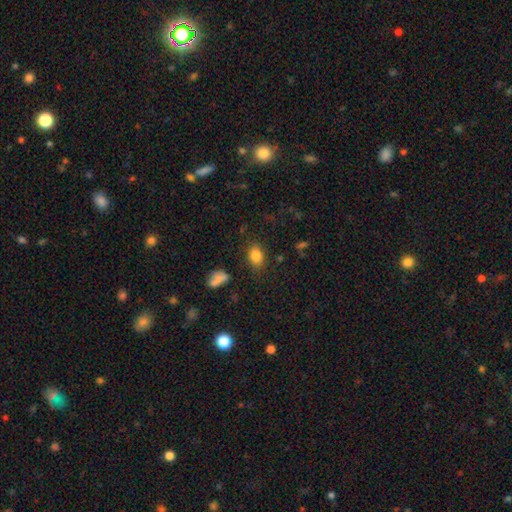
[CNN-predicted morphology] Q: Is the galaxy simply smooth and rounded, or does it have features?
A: smooth — 83%.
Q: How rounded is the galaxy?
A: in between — 72%.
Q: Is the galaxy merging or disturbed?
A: none — 80%.